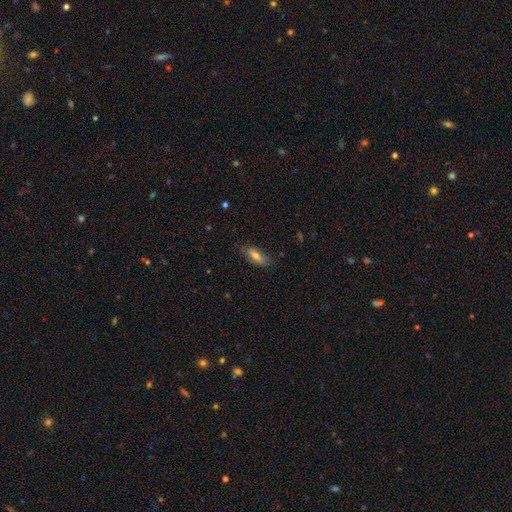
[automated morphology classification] type=smooth (63%); roundness=in between (70%); merging=none (73%).